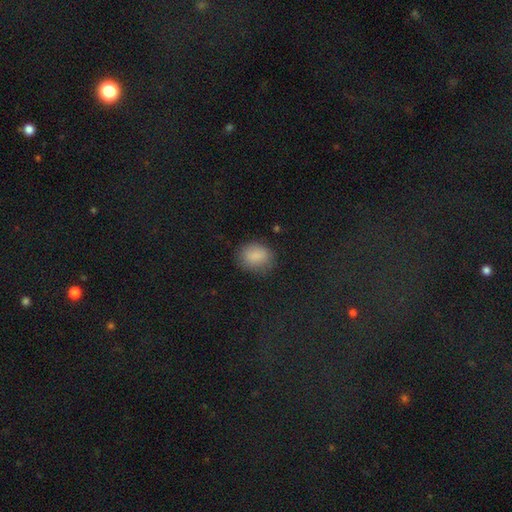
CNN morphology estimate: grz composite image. It shows a smooth galaxy with no disk features (86%) that is in between round and cigar-shaped (50%). Merging: none (79%).